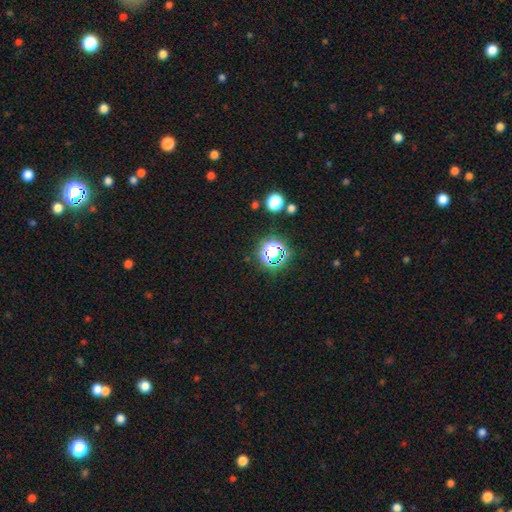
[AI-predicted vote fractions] star or artifact 77%, smooth 16%, featured or disk 7%.